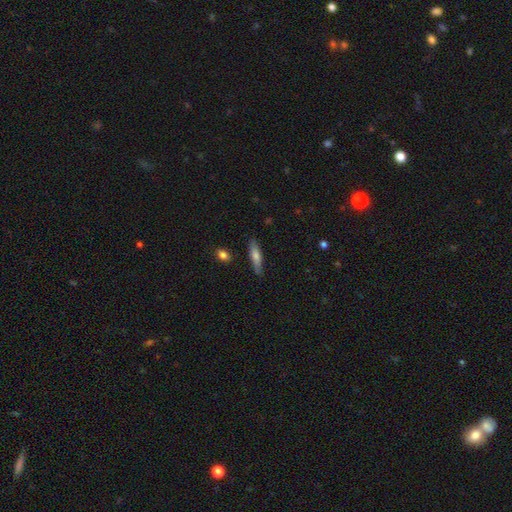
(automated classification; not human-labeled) smooth_or_featured: smooth (p=0.66) [alt: featured or disk p=0.28]
how_rounded: cigar-shaped (p=0.74) [alt: in between p=0.24]
merging: none (p=0.80) [alt: minor disturbance p=0.15]